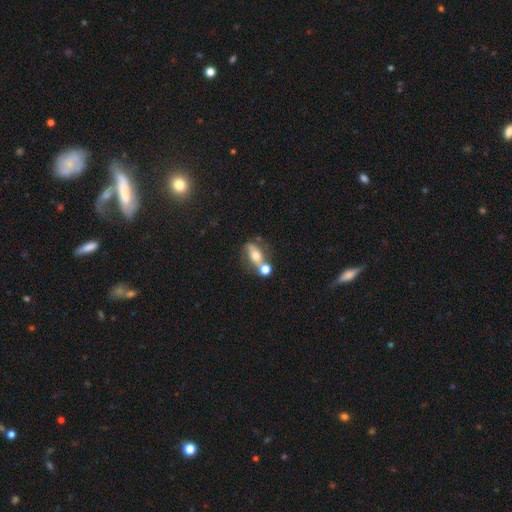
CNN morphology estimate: Smooth or featured?
  - smooth: 49% *
  - featured or disk: 40%
  - star or artifact: 11%
Merging?
  - none: 43% *
  - merger: 32%
  - minor disturbance: 15%
  - major disturbance: 10%